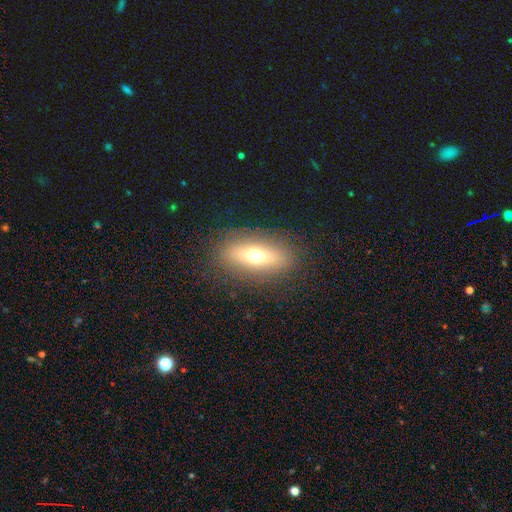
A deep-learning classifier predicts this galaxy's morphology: A smooth galaxy with no disk features (54%) that is in between round and cigar-shaped (64%). Merging: none (87%).